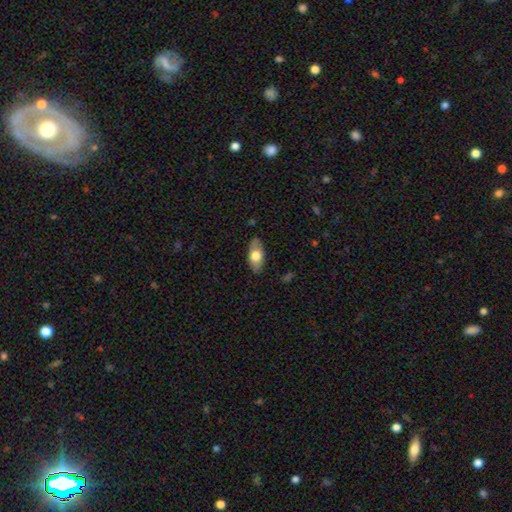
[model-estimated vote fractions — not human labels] The model was most divided on "smooth or featured": smooth: 66%, featured or disk: 28%, star or artifact: 6%. More confident: how rounded — in between (90%); merging — none (84%).